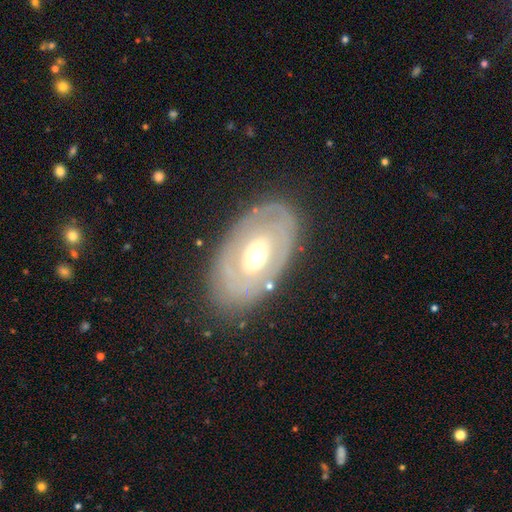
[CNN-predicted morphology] Overall: featured or disk (70%). Edge-on disk: no (92%). Bar: no (68%). Spiral arms: no (52%; yes 48%). Bulge size: moderate (70%). Merging: none (78%).